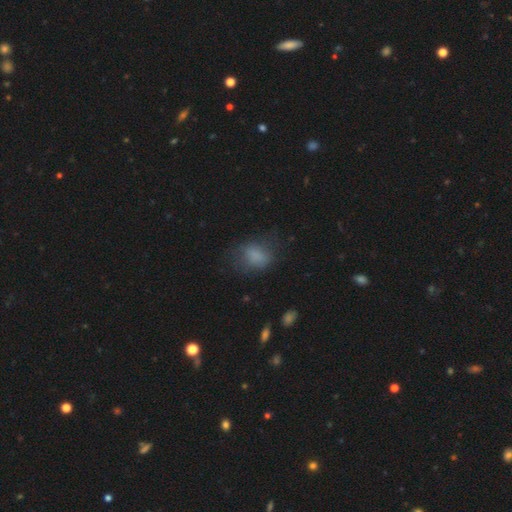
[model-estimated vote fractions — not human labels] This is likely a smooth galaxy (75%). How rounded: likely in between (71%). Merging: possibly none (54%).